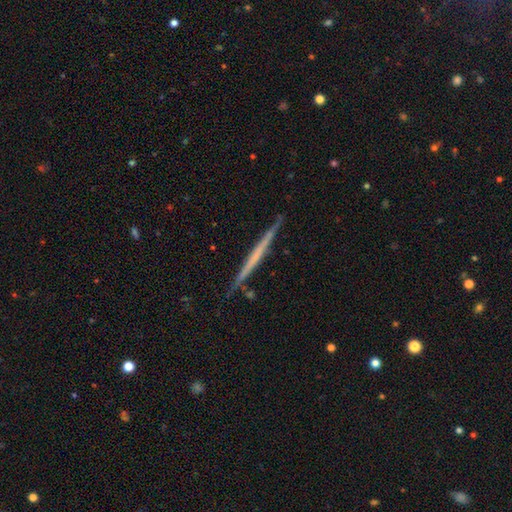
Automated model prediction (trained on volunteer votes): Smooth or featured: featured or disk — 60% (smooth — 35%)
Edge-on disk: yes — 98% (no — 2%)
Edge-on bulge: none — 88% (rounded — 8%)
Merging: none — 89% (minor disturbance — 8%)